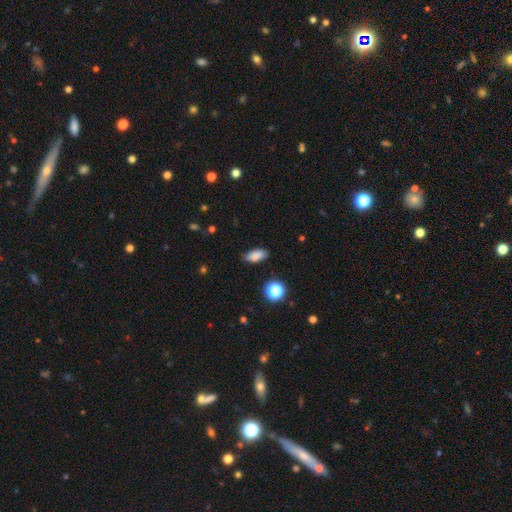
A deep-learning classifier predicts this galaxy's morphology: Smooth or featured?
  - smooth: 83% *
  - star or artifact: 10%
  - featured or disk: 6%
How rounded?
  - in between: 86% *
  - cigar-shaped: 9%
  - round: 5%
Merging?
  - none: 79% *
  - minor disturbance: 16%
  - major disturbance: 3%
  - merger: 2%